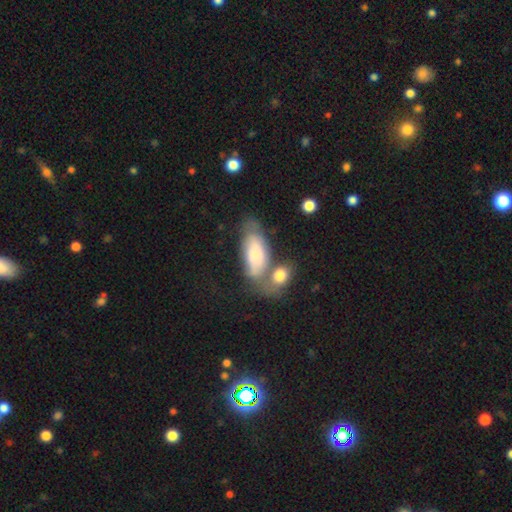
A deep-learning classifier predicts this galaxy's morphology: Smooth or featured? Predicted: smooth (p=0.65). How rounded? Predicted: in between (p=0.84). Merging? Predicted: merger (p=0.36).